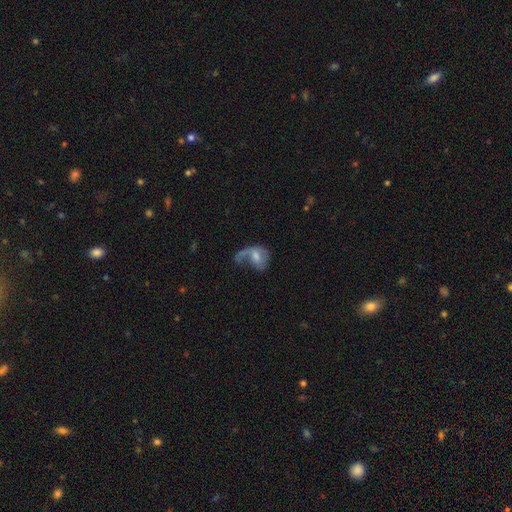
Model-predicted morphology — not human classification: A featured or disk galaxy (58%) with no bar (49%), spiral arms (73%) and a moderate central bulge (43%). Merging: major disturbance (53%).